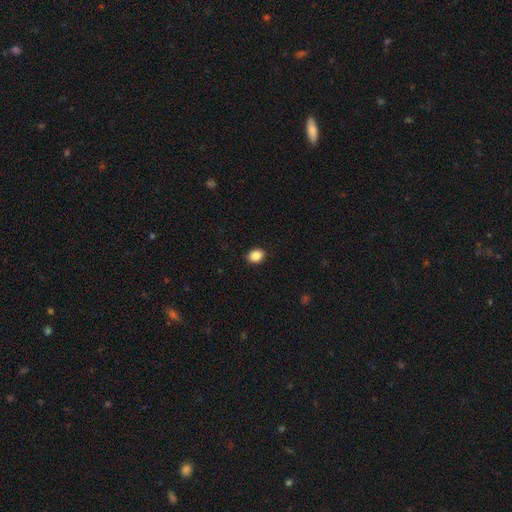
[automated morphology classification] A smooth galaxy with no disk features (87%) that is round (50%). Merging: none (92%).